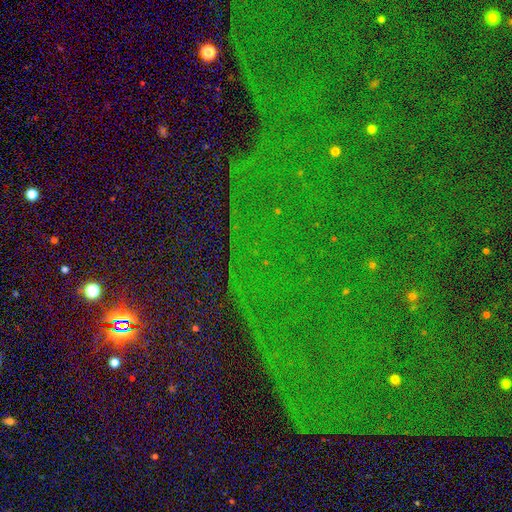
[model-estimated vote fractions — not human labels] Smooth or featured? Predicted: star or artifact (p=0.86).